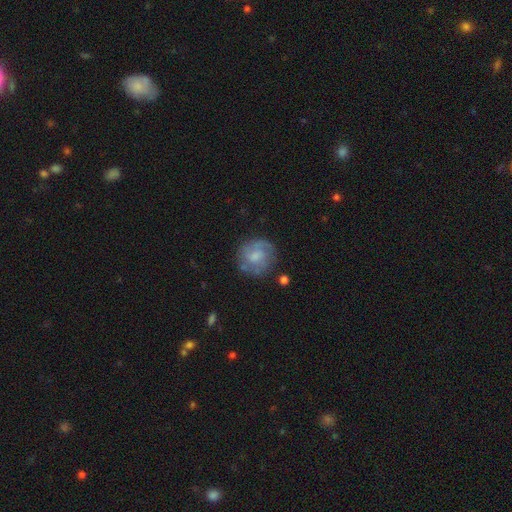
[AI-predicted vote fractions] Q: Smooth or featured?
A: featured or disk (50%); runner-up: smooth (42%)
Q: Edge-on disk?
A: no (98%); runner-up: yes (2%)
Q: Merging?
A: none (71%); runner-up: minor disturbance (18%)